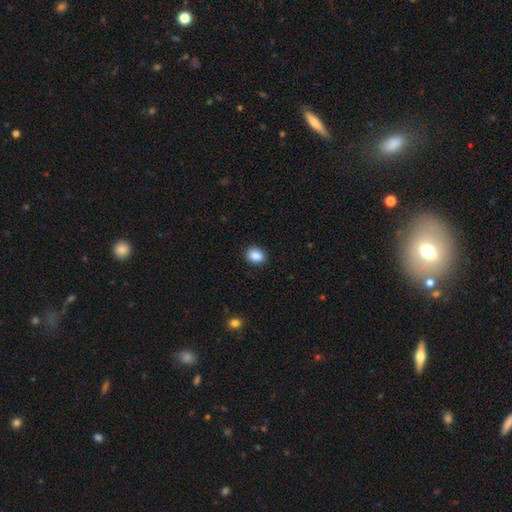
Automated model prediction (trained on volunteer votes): smooth 89%, star or artifact 8%, featured or disk 3%. Down the decision tree: how rounded — in between (61%); merging — none (89%).